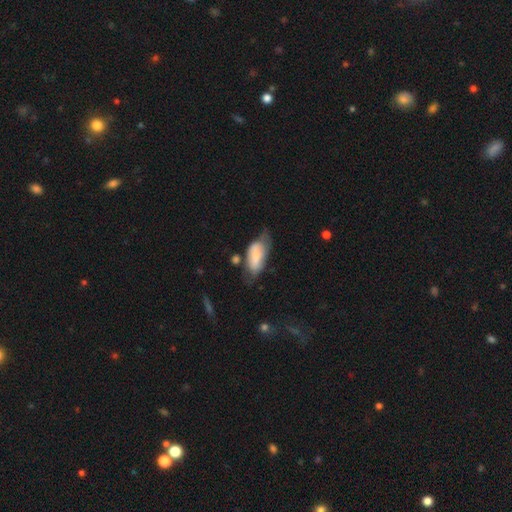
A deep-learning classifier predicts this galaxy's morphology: Q: Smooth or featured?
A: smooth (68%); runner-up: featured or disk (25%)
Q: How rounded?
A: in between (90%); runner-up: cigar-shaped (7%)
Q: Merging?
A: minor disturbance (36%); runner-up: none (31%)